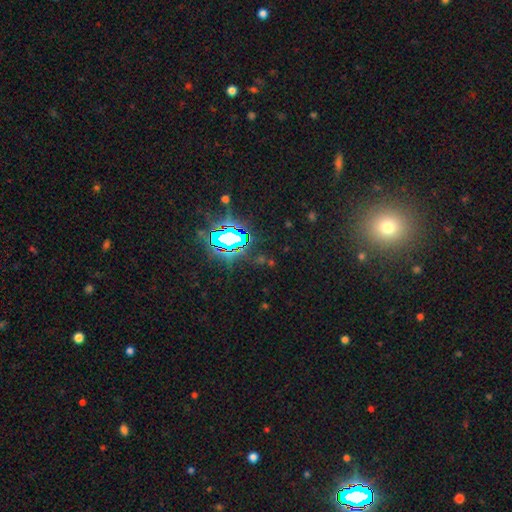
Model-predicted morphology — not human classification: Smooth or featured? Predicted: star or artifact (p=0.77).